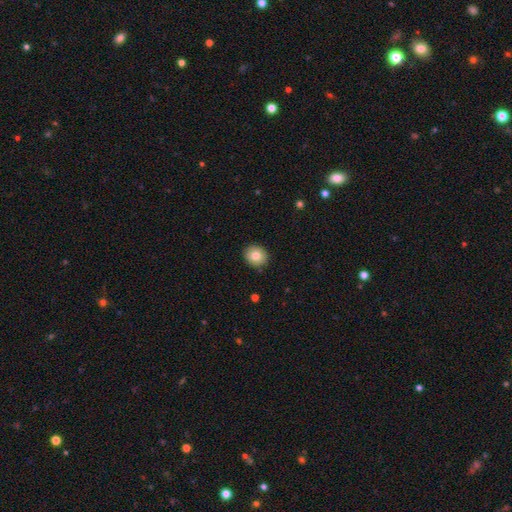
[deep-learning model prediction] This appears to be a smooth galaxy with no disk features (81%) that is round (80%). Merging: none (91%).